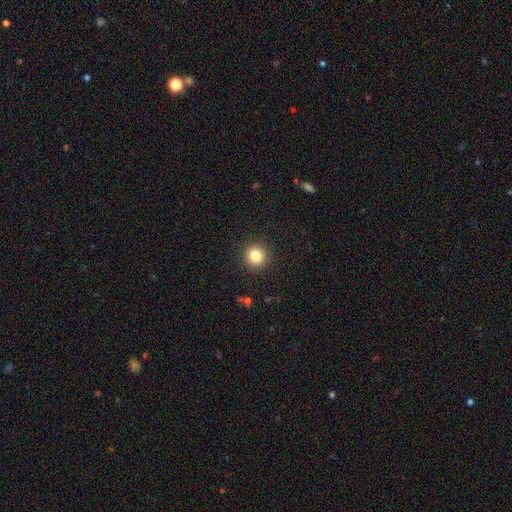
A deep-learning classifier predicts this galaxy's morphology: A smooth galaxy with no disk features (82%) that is round (93%). Merging: none (92%).